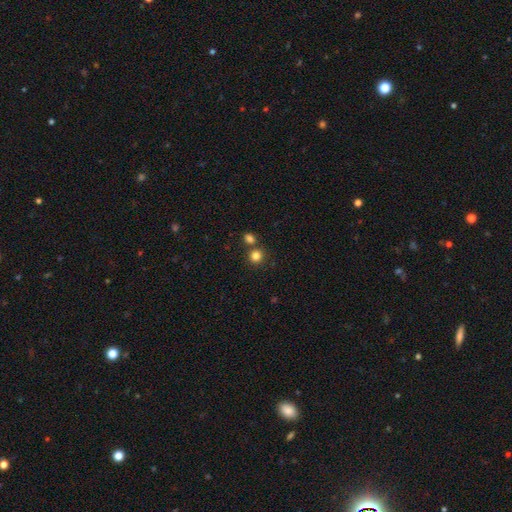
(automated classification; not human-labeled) This appears to be a smooth galaxy with no disk features (82%) that is round (90%). Merging: none (71%).